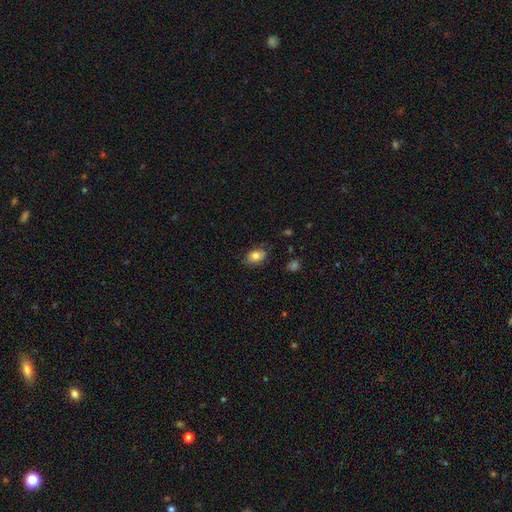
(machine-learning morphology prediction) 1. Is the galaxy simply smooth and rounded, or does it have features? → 79% smooth, 13% featured or disk, 9% star or artifact.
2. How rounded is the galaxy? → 82% in between, 16% round, 1% cigar-shaped.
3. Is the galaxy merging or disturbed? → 77% none, 18% minor disturbance, 4% major disturbance, 1% merger.